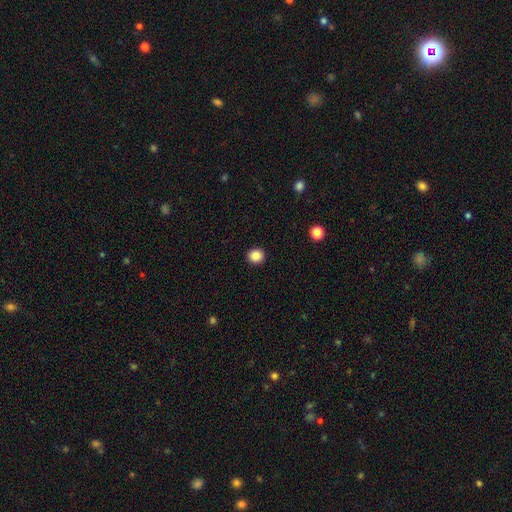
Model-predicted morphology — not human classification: A smooth galaxy with no disk features (87%) that is round (89%). Merging: none (93%).